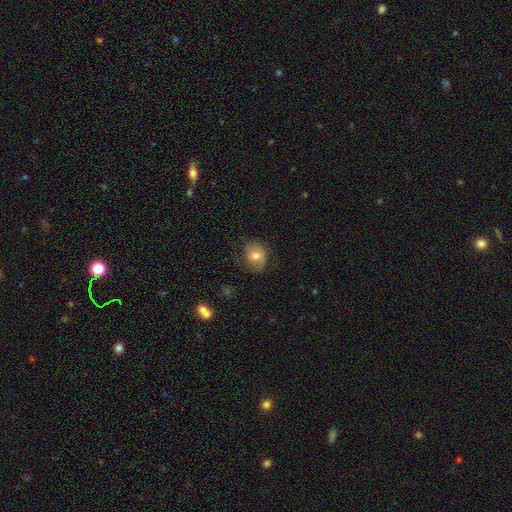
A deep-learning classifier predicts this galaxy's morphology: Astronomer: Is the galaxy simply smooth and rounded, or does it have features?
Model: smooth — 63%.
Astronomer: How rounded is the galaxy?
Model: round — 59% (runner-up: in between, 40%).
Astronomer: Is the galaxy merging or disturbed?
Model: none — 64%.